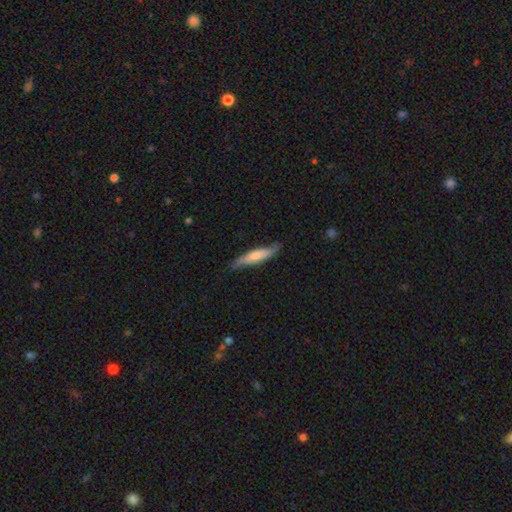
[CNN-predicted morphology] Smooth or featured?
  - smooth: 57% *
  - featured or disk: 38%
  - star or artifact: 5%
How rounded?
  - cigar-shaped: 82% *
  - in between: 16%
  - round: 2%
Merging?
  - none: 74% *
  - minor disturbance: 21%
  - major disturbance: 4%
  - merger: 1%